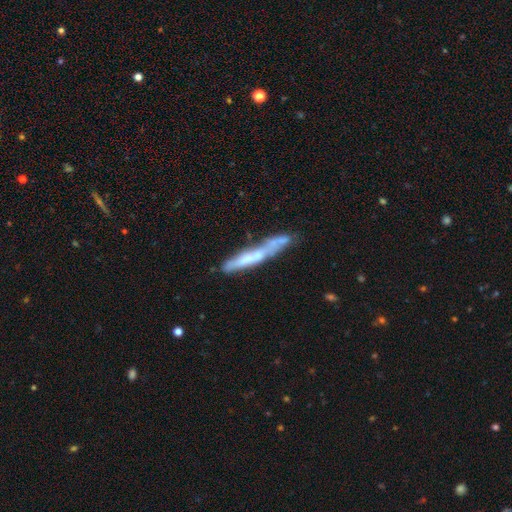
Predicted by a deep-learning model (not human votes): Smooth or featured: featured or disk — 51% (smooth — 41%)
Edge-on disk: yes — 72% (no — 28%)
Merging: none — 57% (minor disturbance — 22%)